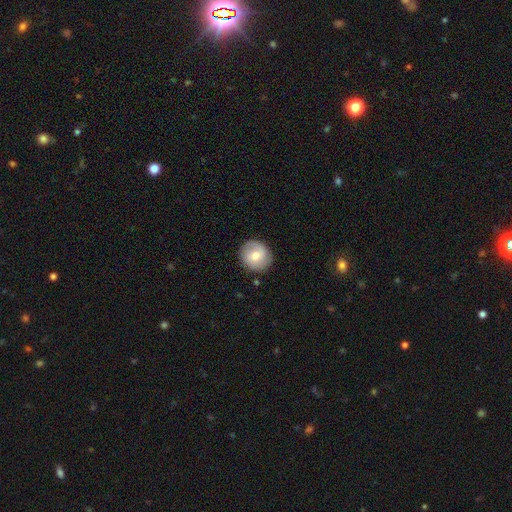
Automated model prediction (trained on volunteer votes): smooth-or-featured: smooth: 64% | featured or disk: 29% | star or artifact: 7%
  how-rounded: round: 87% | in between: 13% | cigar-shaped: 1%
  merging: none: 86% | minor disturbance: 10% | major disturbance: 3% | merger: 1%